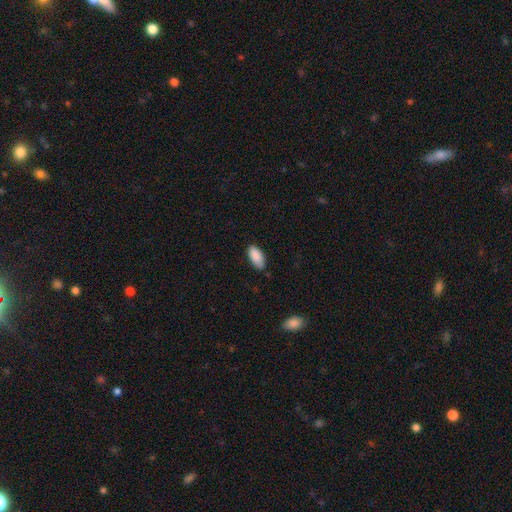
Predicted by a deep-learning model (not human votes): Smooth or featured?
  - smooth: 89% *
  - star or artifact: 7%
  - featured or disk: 4%
How rounded?
  - in between: 93% *
  - cigar-shaped: 5%
  - round: 2%
Merging?
  - none: 76% *
  - minor disturbance: 20%
  - major disturbance: 3%
  - merger: 1%